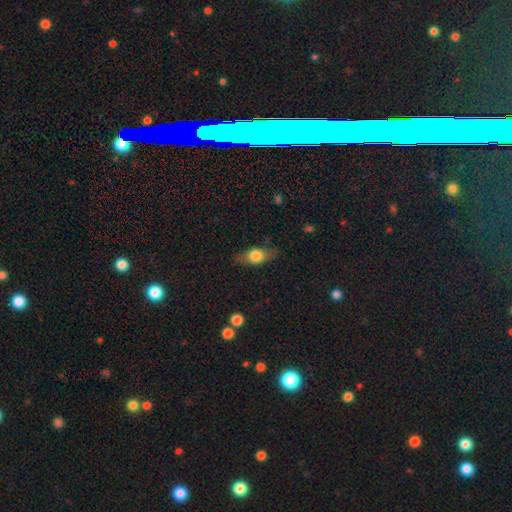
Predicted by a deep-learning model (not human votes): Overall: smooth (64%; featured or disk 28%). How rounded: in between (68%). Merging: none (76%).